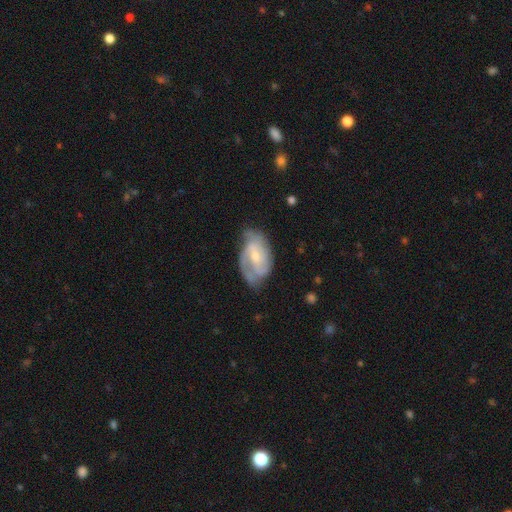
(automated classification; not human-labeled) A featured or disk galaxy (77%) with a weak bar (46%), 2 (48%) medium (45%) spiral arms (92%) and a small central bulge (58%).

Vote fractions:
- Smooth or featured? featured or disk: 77% / smooth: 17% / star or artifact: 6%
- Edge-on disk? no: 97% / yes: 3%
- Bar? weak: 46% / no: 40% / strong: 13%
- Spiral arms? yes: 92% / no: 8%
- Spiral winding? medium: 45% / tight: 39% / loose: 16%
- Spiral arm count? 2: 48% / can't tell: 22% / 3: 19% / 1: 5% / 4: 3% / more than 4: 3%
- Bulge size? small: 58% / moderate: 36% / none: 3% / large: 2% / dominant: 1%
- Merging? none: 58% / minor disturbance: 28% / major disturbance: 12% / merger: 2%